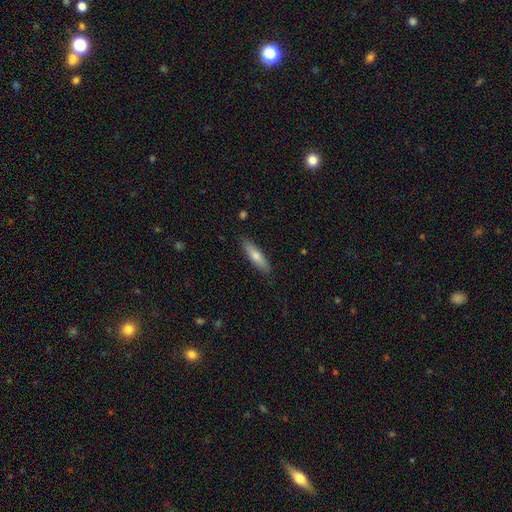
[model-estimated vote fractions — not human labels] This appears to be a smooth galaxy with no disk features (69%) that is cigar-shaped (75%). Merging: none (88%).